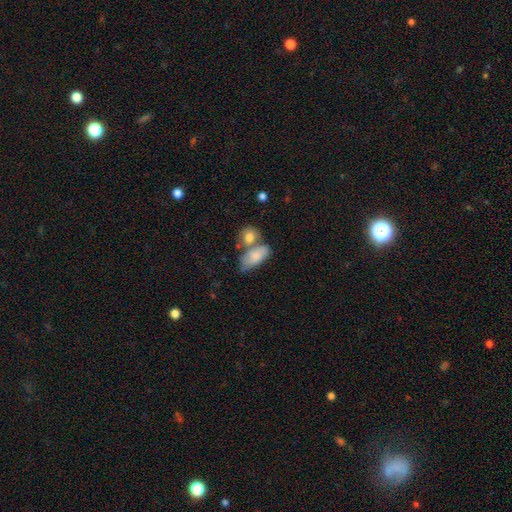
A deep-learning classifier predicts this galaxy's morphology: The model was most divided on "merging": merger: 43%, none: 32%, minor disturbance: 17%, major disturbance: 8%. More confident: how rounded — in between (88%); smooth or featured — smooth (77%).